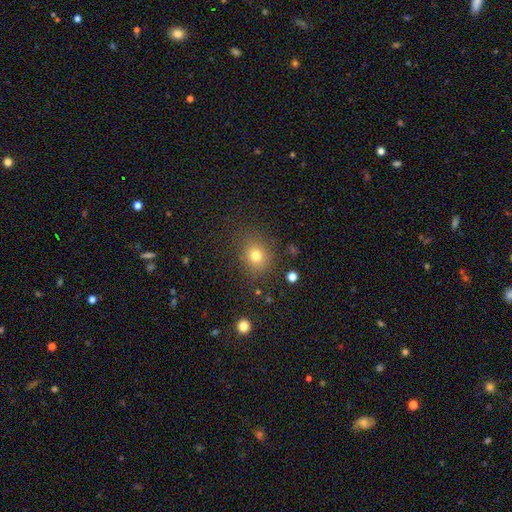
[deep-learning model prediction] Q: Smooth or featured?
A: smooth (77%); runner-up: star or artifact (15%)
Q: How rounded?
A: round (73%); runner-up: in between (26%)
Q: Merging?
A: none (81%); runner-up: minor disturbance (12%)